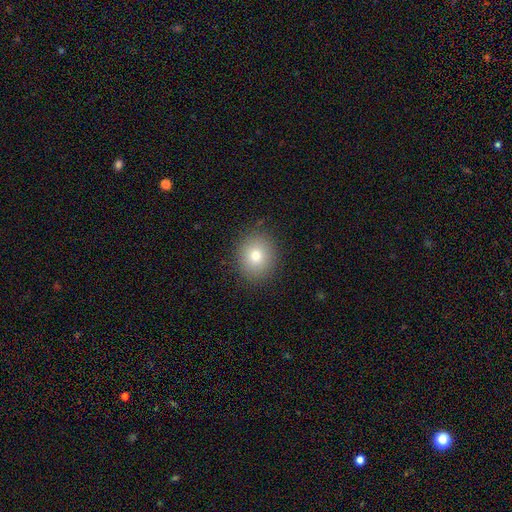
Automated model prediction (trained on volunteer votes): A smooth galaxy with no disk features (78%) that is round (76%).

Vote fractions:
- Smooth or featured? smooth: 78% / star or artifact: 12% / featured or disk: 10%
- How rounded? round: 76% / in between: 23% / cigar-shaped: 1%
- Merging? none: 89% / minor disturbance: 8% / major disturbance: 2% / merger: 1%